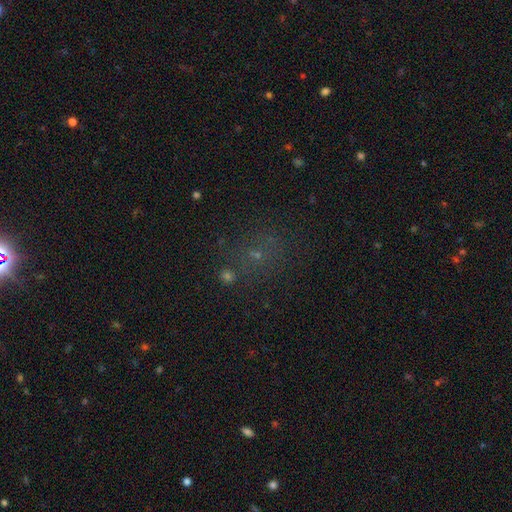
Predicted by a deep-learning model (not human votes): Smooth or featured: star or artifact — 50% (smooth — 39%)